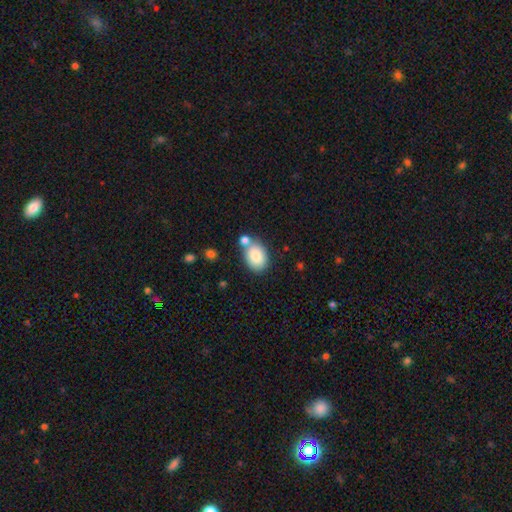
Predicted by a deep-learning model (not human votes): This is clearly a smooth galaxy (84%). How rounded: clearly in between (82%). Merging: likely none (61%).